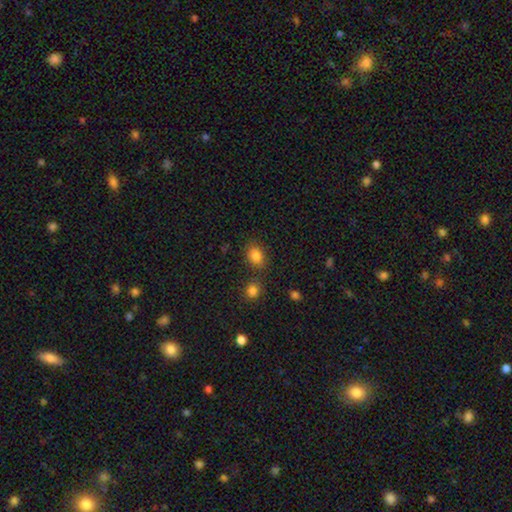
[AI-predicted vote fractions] Q: Smooth or featured?
A: smooth (84%); runner-up: star or artifact (10%)
Q: How rounded?
A: in between (66%); runner-up: round (32%)
Q: Merging?
A: none (74%); runner-up: minor disturbance (13%)